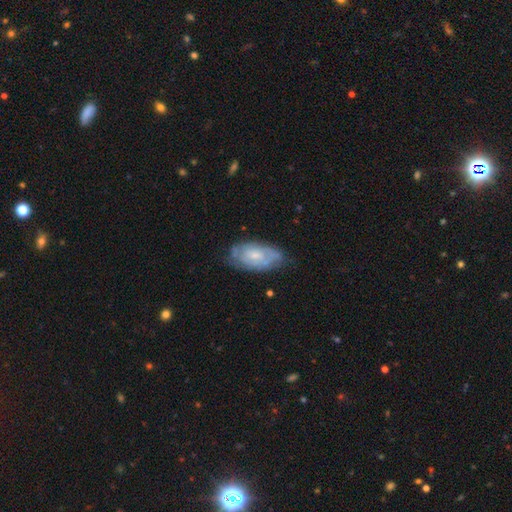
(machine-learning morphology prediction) A featured or disk galaxy (57%) with no bar (70%), spiral arms (64%) and a small central bulge (55%). Merging: none (65%).